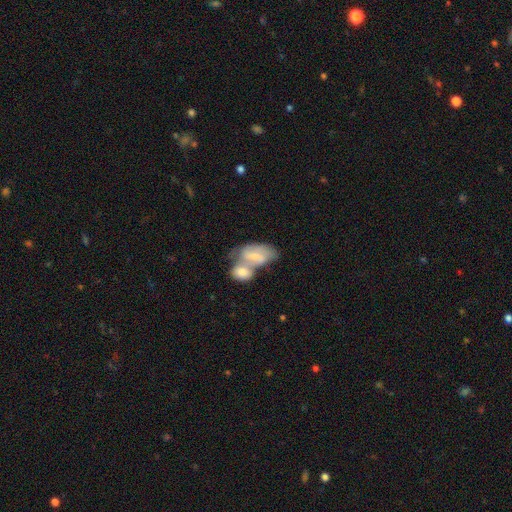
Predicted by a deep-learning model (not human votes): Smooth or featured? smooth (57%)
How rounded? in between (90%)
Merging? merger (72%)